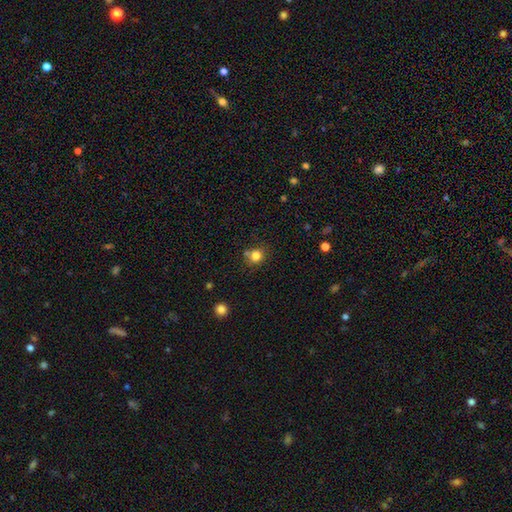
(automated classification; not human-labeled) Smooth or featured: smooth — 81% (star or artifact — 13%)
How rounded: round — 84% (in between — 15%)
Merging: none — 70% (merger — 15%)